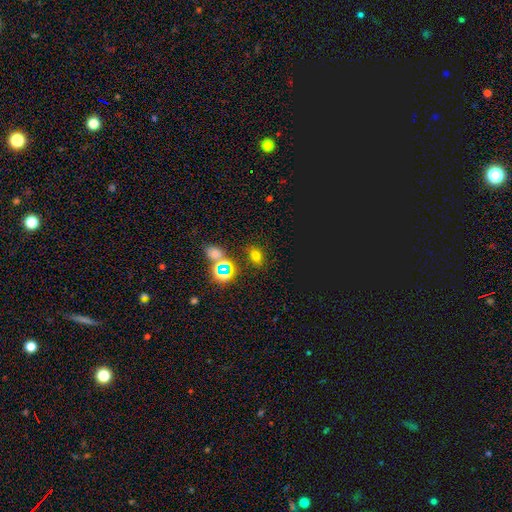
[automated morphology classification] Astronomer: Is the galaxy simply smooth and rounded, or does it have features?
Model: smooth — 61%.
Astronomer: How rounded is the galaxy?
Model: in between — 68%.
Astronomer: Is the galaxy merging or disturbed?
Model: none — 79%.